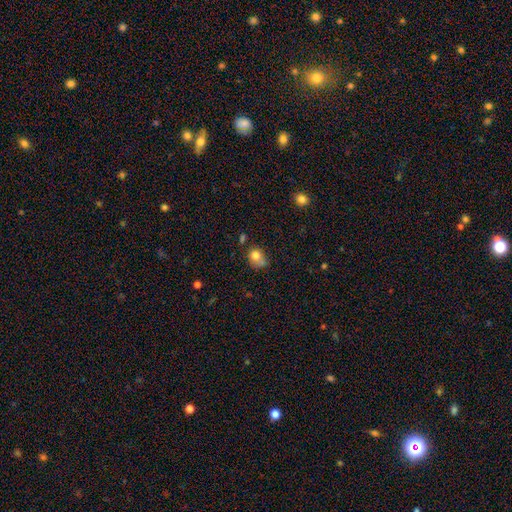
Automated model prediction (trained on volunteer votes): A smooth galaxy with no disk features (77%) that is round (61%). Merging: none (40%).